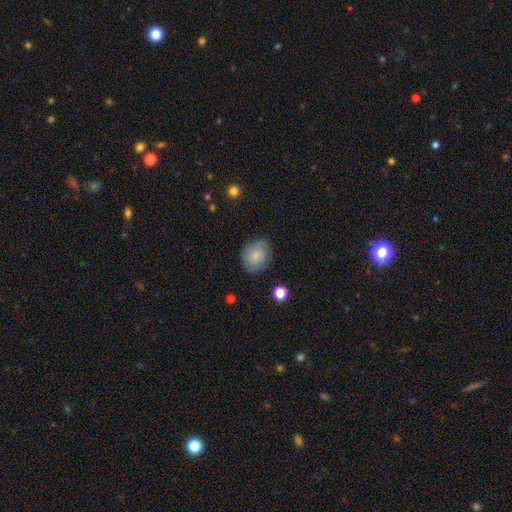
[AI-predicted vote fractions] smooth_or_featured: smooth (p=0.77) [alt: featured or disk p=0.15]
how_rounded: round (p=0.58) [alt: in between p=0.41]
merging: none (p=0.73) [alt: minor disturbance p=0.21]